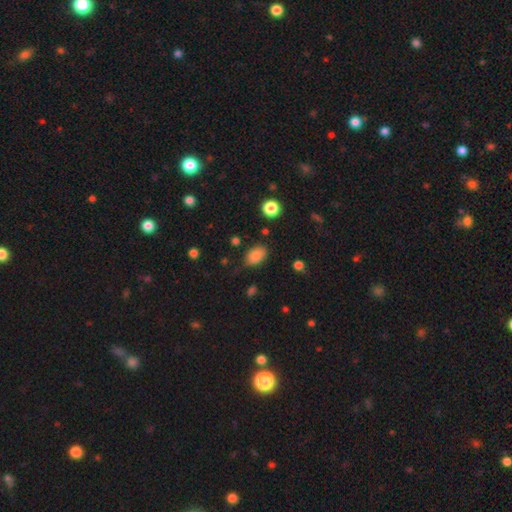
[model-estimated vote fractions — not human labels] Overall: smooth (84%). How rounded: in between (86%). Merging: none (76%).